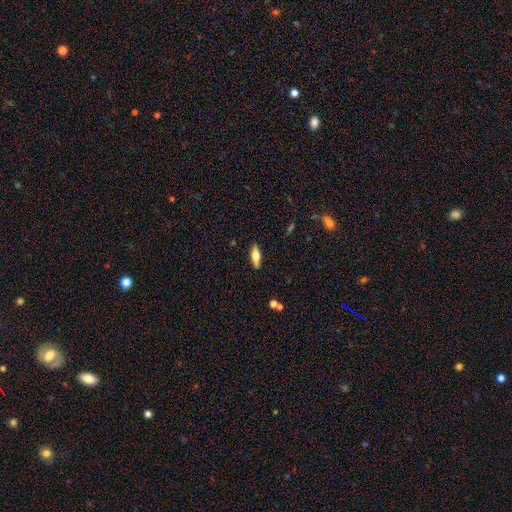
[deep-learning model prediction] Smooth or featured? Predicted: smooth (p=0.54). How rounded? Predicted: in between (p=0.52). Merging? Predicted: none (p=0.89).